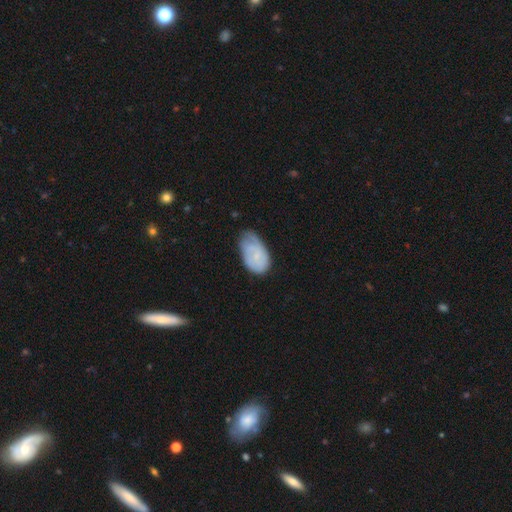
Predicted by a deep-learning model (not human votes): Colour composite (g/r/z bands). It shows a smooth galaxy with no disk features (57%) that is in between round and cigar-shaped (92%). Merging: minor disturbance (45%).